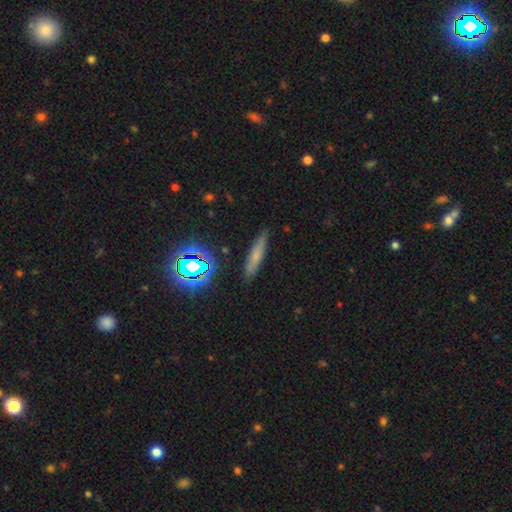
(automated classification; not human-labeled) Q: Smooth or featured?
A: smooth (60%); runner-up: featured or disk (22%)
Q: How rounded?
A: cigar-shaped (84%); runner-up: in between (12%)
Q: Merging?
A: none (85%); runner-up: minor disturbance (11%)